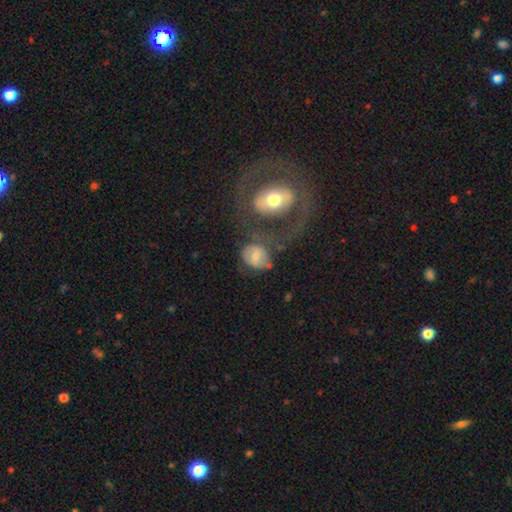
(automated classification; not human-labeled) Q: Smooth or featured?
A: smooth (58%); runner-up: featured or disk (34%)
Q: How rounded?
A: round (64%); runner-up: in between (35%)
Q: Merging?
A: none (44%); runner-up: merger (22%)